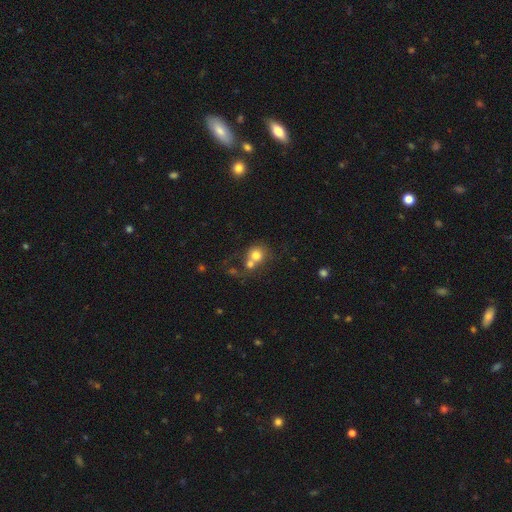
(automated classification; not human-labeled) Smooth or featured?
  - smooth: 73% *
  - featured or disk: 16%
  - star or artifact: 11%
How rounded?
  - round: 79% *
  - in between: 20%
  - cigar-shaped: 1%
Merging?
  - merger: 56% *
  - none: 30%
  - minor disturbance: 8%
  - major disturbance: 6%